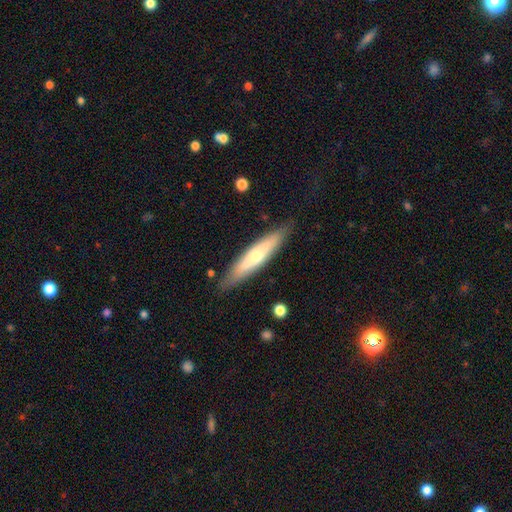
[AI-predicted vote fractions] This appears to be a featured or disk galaxy (47%, tied with smooth). Merging: none (84%).